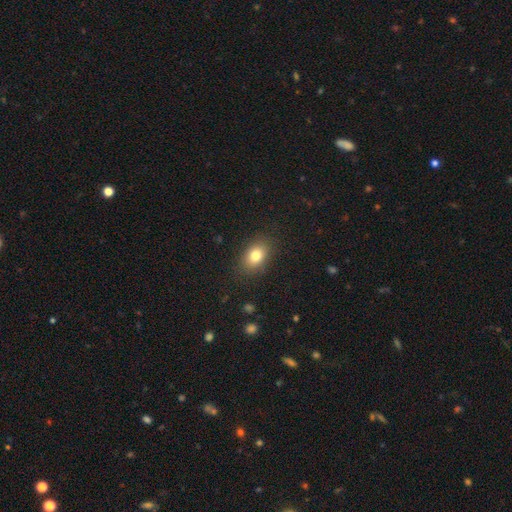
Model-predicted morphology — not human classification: smooth-or-featured: smooth: 80% | star or artifact: 10% | featured or disk: 10%
  how-rounded: in between: 78% | round: 21% | cigar-shaped: 2%
  merging: none: 85% | minor disturbance: 10% | major disturbance: 3% | merger: 1%